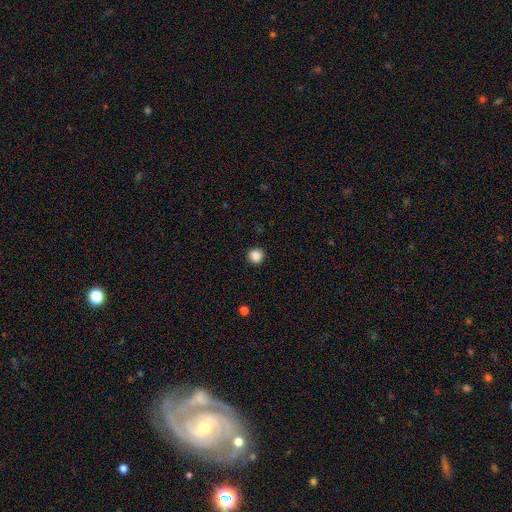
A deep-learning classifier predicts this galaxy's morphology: Overall: smooth (87%). How rounded: round (94%). Merging: none (91%).